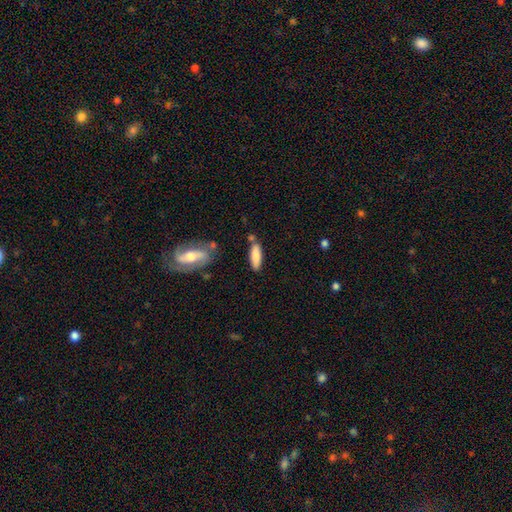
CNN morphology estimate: type=smooth (80%); roundness=cigar-shaped (50%); merging=none (74%).